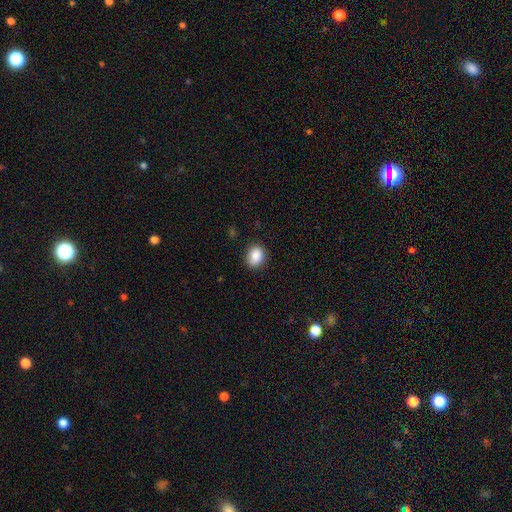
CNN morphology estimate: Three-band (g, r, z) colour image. It shows a smooth galaxy with no disk features (88%) that is in between round and cigar-shaped (60%). Merging: none (85%).